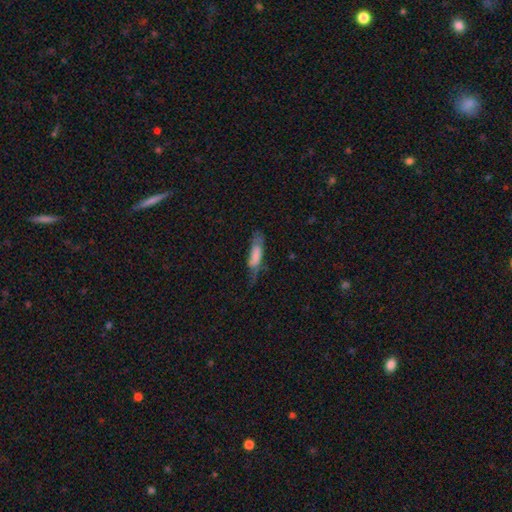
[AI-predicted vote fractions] Smooth or featured: smooth — 68% (featured or disk — 24%)
How rounded: cigar-shaped — 49% (tied with in between — 49%)
Merging: none — 36% (minor disturbance — 32%)